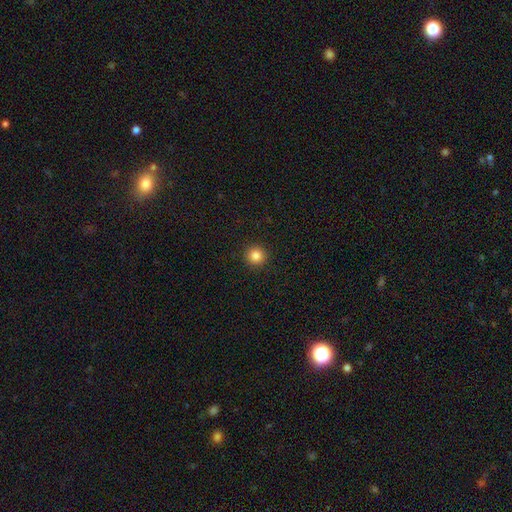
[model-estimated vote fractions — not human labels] A smooth galaxy with no disk features (84%) that is round (95%). Merging: none (93%).